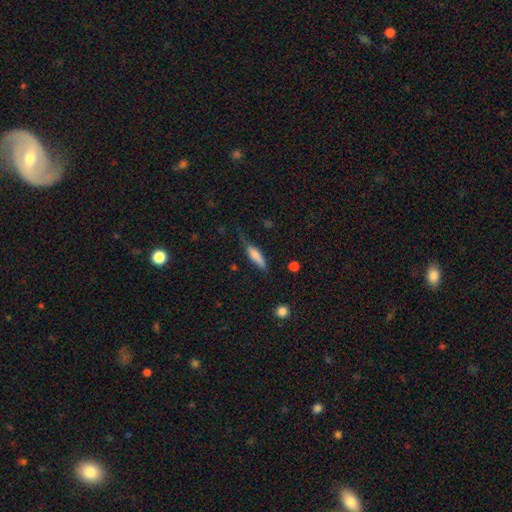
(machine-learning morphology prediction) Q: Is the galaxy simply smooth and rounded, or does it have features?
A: smooth — 71%.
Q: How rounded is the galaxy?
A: cigar-shaped — 62%.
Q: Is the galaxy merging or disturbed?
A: none — 50%.